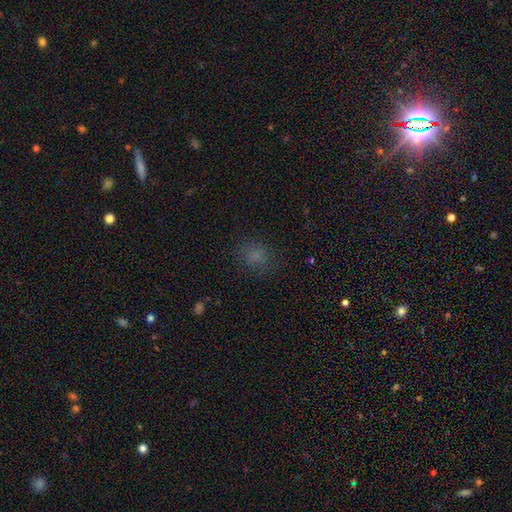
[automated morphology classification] This appears to be a smooth galaxy with no disk features (73%) that is round (68%). Merging: none (79%).